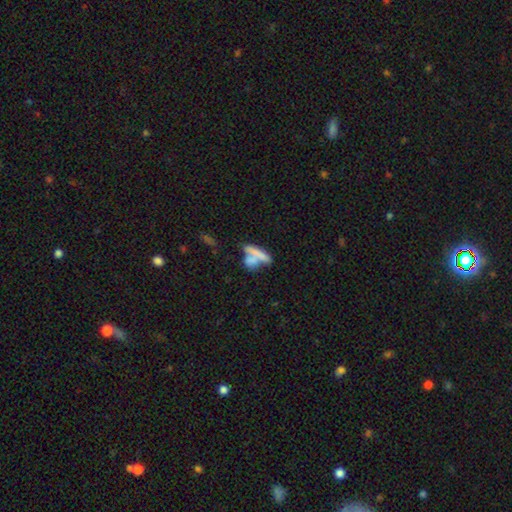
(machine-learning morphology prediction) A smooth galaxy with no disk features (64%) that is cigar-shaped (52%).

Vote fractions:
- Smooth or featured? smooth: 64% / featured or disk: 26% / star or artifact: 10%
- How rounded? cigar-shaped: 52% / in between: 40% / round: 8%
- Merging? merger: 54% / none: 30% / minor disturbance: 9% / major disturbance: 7%